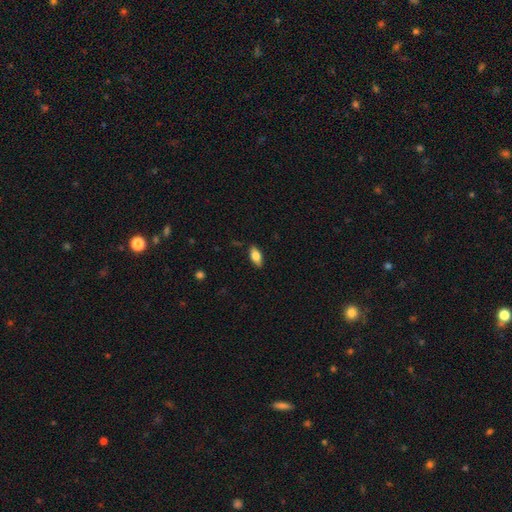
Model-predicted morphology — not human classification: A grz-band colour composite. It shows a smooth galaxy with no disk features (73%) that is in between round and cigar-shaped (85%). Merging: none (86%).